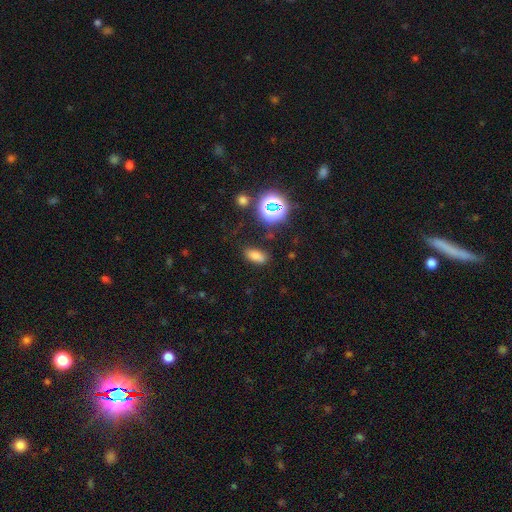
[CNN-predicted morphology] A smooth galaxy with no disk features (71%) that is in between round and cigar-shaped (86%). Merging: none (81%).